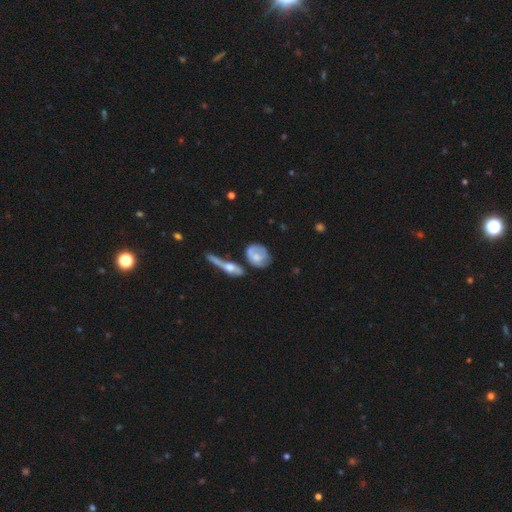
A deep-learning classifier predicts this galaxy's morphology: type=smooth (55%); roundness=in between (50%); merging=none (39%).